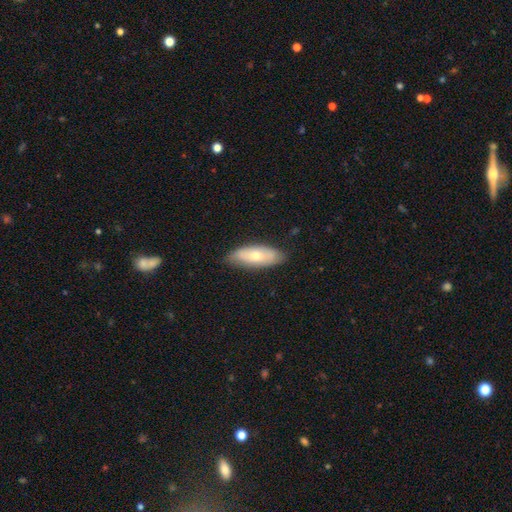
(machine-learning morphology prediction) Smooth or featured? smooth (61%)
How rounded? in between (75%)
Merging? none (80%)